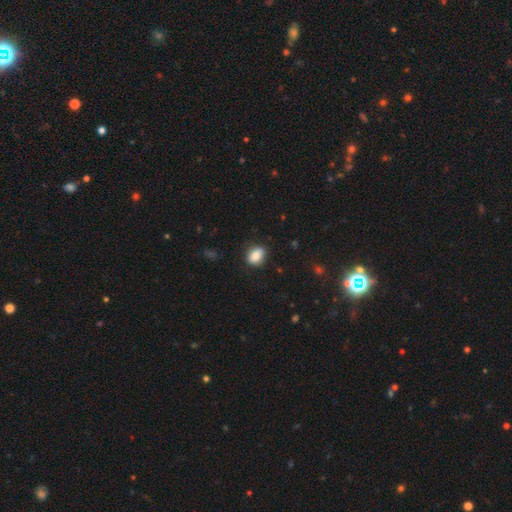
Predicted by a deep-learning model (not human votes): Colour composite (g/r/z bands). It shows a smooth galaxy with no disk features (84%) that is in between round and cigar-shaped (63%). Merging: none (82%).